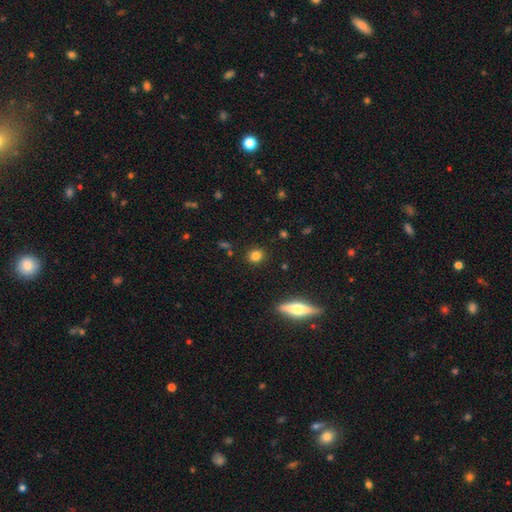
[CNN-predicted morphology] Q: Smooth or featured?
A: smooth (81%); runner-up: star or artifact (11%)
Q: How rounded?
A: round (78%); runner-up: in between (20%)
Q: Merging?
A: none (89%); runner-up: minor disturbance (7%)